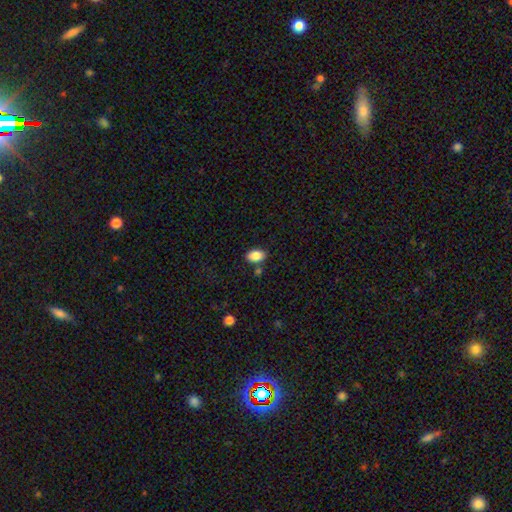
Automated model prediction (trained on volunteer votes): Q: Smooth or featured?
A: smooth (86%); runner-up: star or artifact (8%)
Q: How rounded?
A: in between (90%); runner-up: round (9%)
Q: Merging?
A: none (81%); runner-up: minor disturbance (10%)